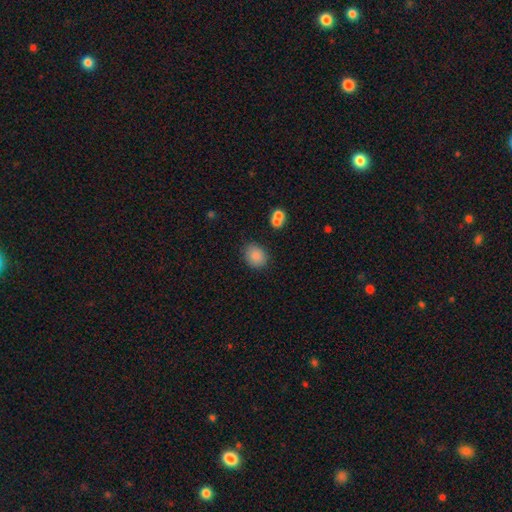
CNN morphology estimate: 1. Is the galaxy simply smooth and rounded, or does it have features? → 86% smooth, 9% star or artifact, 5% featured or disk.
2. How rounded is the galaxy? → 55% round, 44% in between, 1% cigar-shaped.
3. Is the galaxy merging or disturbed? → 80% none, 12% minor disturbance, 4% merger, 3% major disturbance.